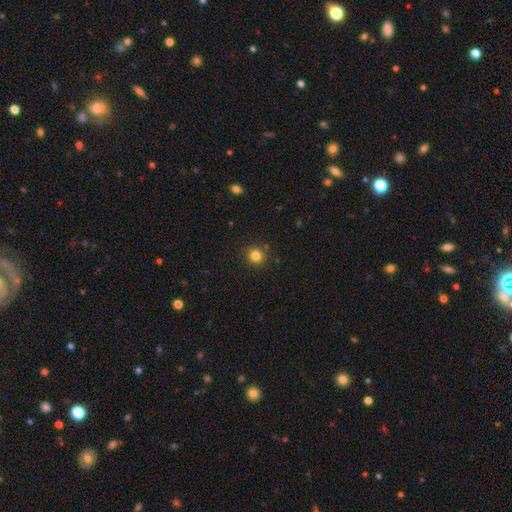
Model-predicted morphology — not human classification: Q: Smooth or featured?
A: smooth (82%); runner-up: star or artifact (13%)
Q: How rounded?
A: round (88%); runner-up: in between (11%)
Q: Merging?
A: none (88%); runner-up: minor disturbance (7%)